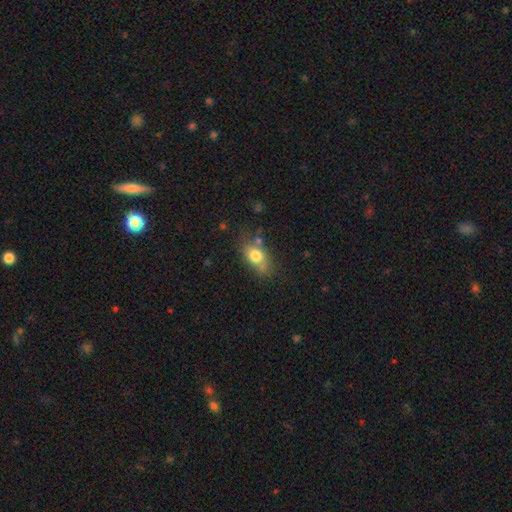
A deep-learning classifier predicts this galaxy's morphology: This is likely a smooth galaxy (77%). How rounded: likely in between (76%). Merging: possibly none (60%).